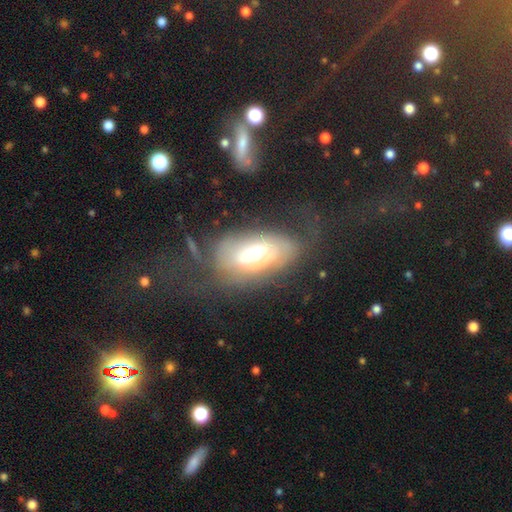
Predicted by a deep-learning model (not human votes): Smooth or featured: featured or disk — 49% (smooth — 40%)
Merging: none — 43% (major disturbance — 34%)